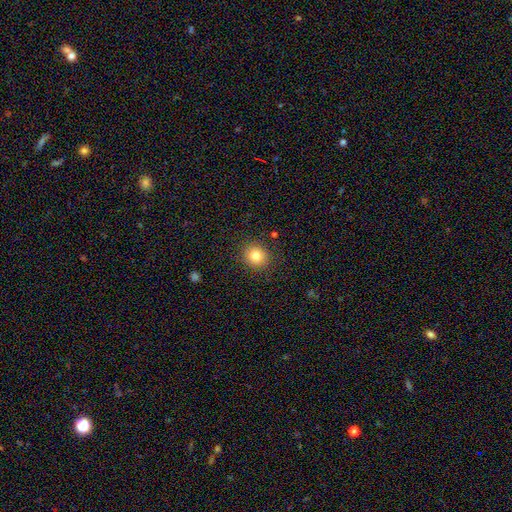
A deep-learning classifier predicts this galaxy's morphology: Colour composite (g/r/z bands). It shows a smooth galaxy with no disk features (82%) that is round (84%). Merging: none (89%).